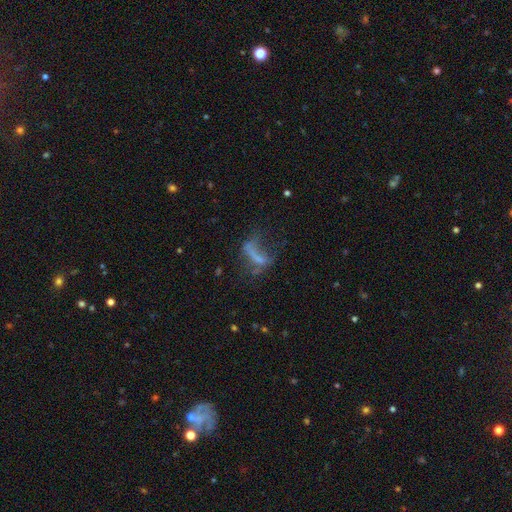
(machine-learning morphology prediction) A featured or disk galaxy (47%). Merging: major disturbance (45%).